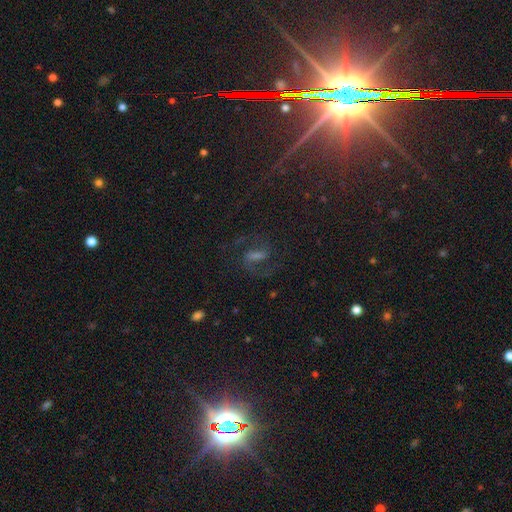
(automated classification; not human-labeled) The model was most divided on "bulge size": moderate: 35%, small: 33%, none: 19%, large: 11%, dominant: 2%. Remaining: edge-on disk — no (96%); spiral arms — yes (94%); spiral arm count — 2 (91%); merging — none (75%); smooth or featured — featured or disk (67%); spiral winding — medium (57%); bar — weak (47%).